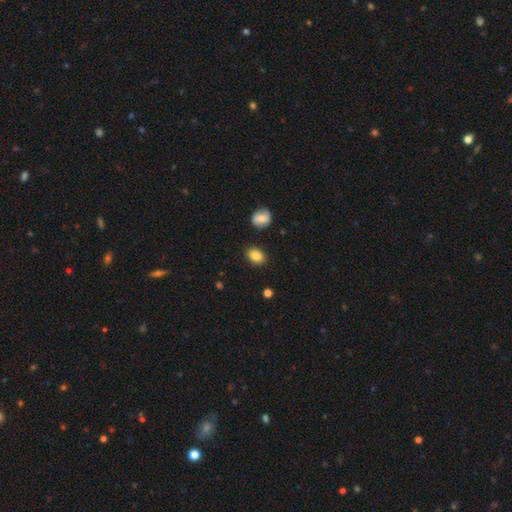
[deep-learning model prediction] A smooth galaxy with no disk features (85%) that is in between round and cigar-shaped (75%). Merging: none (87%).